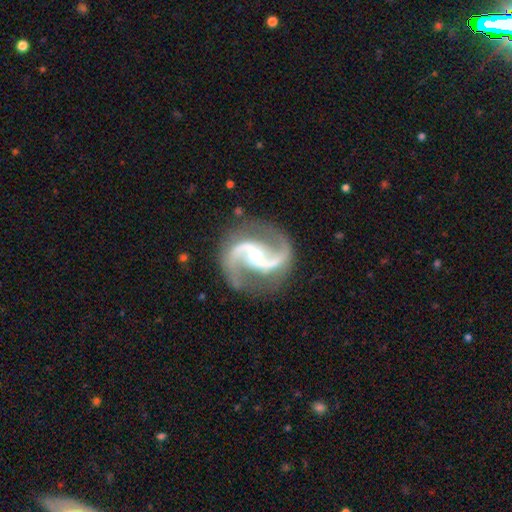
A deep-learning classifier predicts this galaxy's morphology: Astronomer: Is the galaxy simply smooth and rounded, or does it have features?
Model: featured or disk — 94%.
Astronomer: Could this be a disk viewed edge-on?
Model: no — 98%.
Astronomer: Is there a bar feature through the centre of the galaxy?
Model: no — 35%, tied with weak at 35%.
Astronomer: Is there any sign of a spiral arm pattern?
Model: yes — 98%.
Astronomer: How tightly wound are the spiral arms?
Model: medium — 54% (runner-up: loose, 37%).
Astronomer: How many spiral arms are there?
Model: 2 — 95%.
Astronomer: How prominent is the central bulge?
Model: moderate — 56% (runner-up: small, 39%).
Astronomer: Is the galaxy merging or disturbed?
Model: none — 84%.